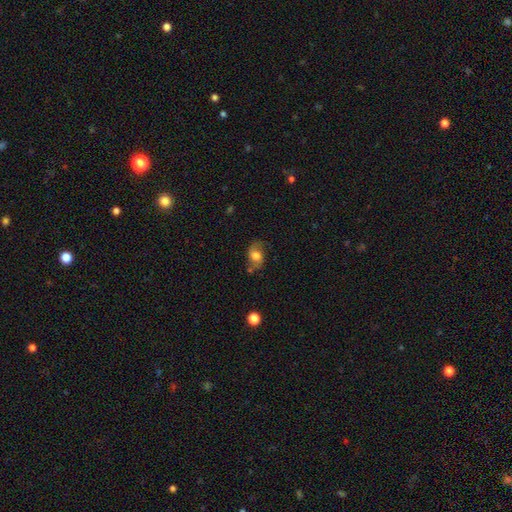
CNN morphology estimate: smooth_or_featured: smooth (p=0.59) [alt: featured or disk p=0.31]
how_rounded: in between (p=0.69) [alt: round p=0.29]
merging: none (p=0.58) [alt: minor disturbance p=0.25]